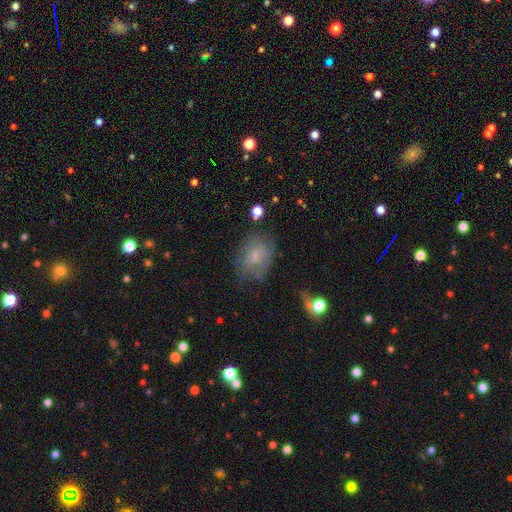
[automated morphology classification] The model was most divided on "smooth or featured": smooth: 48%, featured or disk: 41%, star or artifact: 11%. More confident: merging — none (58%).